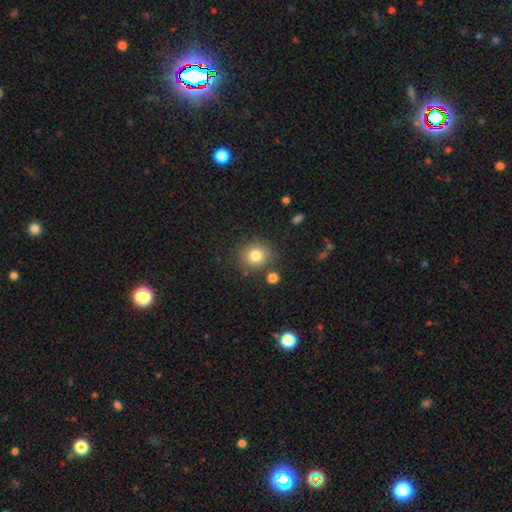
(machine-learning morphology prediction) A smooth galaxy with no disk features (81%) that is round (83%).

Vote fractions:
- Smooth or featured? smooth: 81% / star or artifact: 11% / featured or disk: 8%
- How rounded? round: 83% / in between: 16% / cigar-shaped: 1%
- Merging? none: 80% / minor disturbance: 10% / merger: 6% / major disturbance: 4%